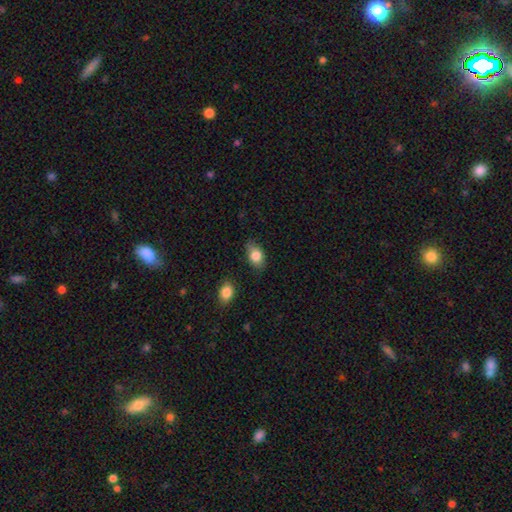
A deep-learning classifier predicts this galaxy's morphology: smooth 81%, featured or disk 11%, star or artifact 8%. Down the decision tree: how rounded — in between (82%); merging — none (76%).